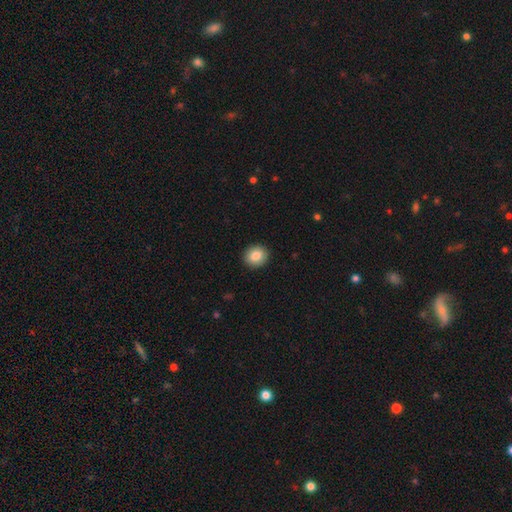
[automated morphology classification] The model was most divided on "how rounded": round: 81%, in between: 18%, cigar-shaped: 1%. More confident: merging — none (92%); smooth or featured — smooth (85%).